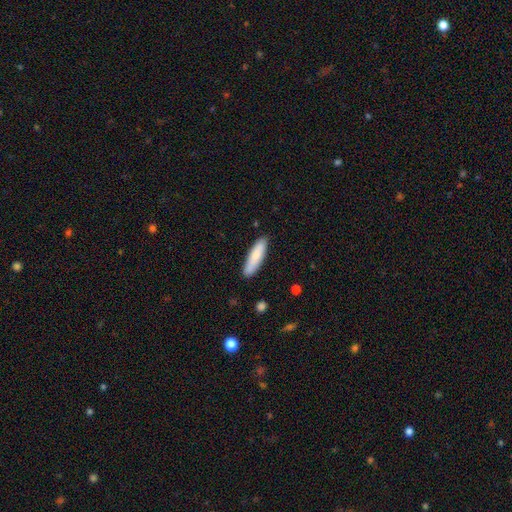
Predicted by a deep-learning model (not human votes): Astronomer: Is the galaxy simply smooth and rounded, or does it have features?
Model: smooth — 83%.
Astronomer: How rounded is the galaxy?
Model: cigar-shaped — 70%.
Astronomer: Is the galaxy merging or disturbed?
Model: none — 86%.